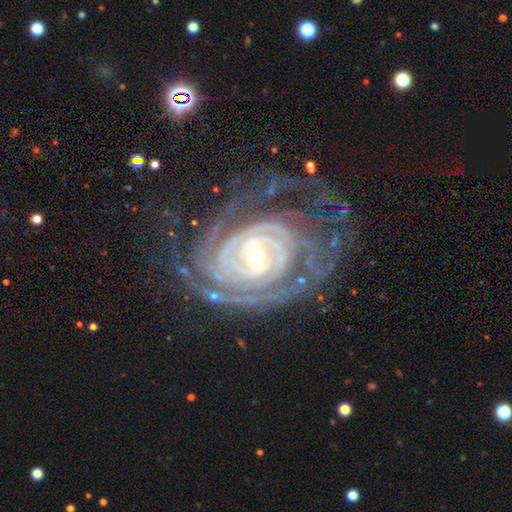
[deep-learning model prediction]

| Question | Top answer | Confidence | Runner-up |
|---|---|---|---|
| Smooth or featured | featured or disk | 91% | star or artifact (5%) |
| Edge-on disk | no | 96% | yes (4%) |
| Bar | weak | 42% | strong (32%) |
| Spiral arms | yes | 98% | no (2%) |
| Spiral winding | tight | 80% | medium (17%) |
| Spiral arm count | can't tell | 25% | 2 (21%) |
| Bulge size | moderate | 51% | small (43%) |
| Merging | none | 63% | minor disturbance (19%) |